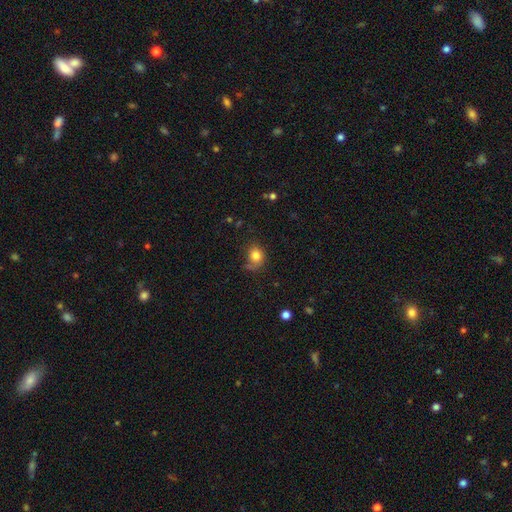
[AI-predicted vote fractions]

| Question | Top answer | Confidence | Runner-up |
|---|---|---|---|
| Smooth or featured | smooth | 80% | star or artifact (10%) |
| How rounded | round | 61% | in between (38%) |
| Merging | none | 57% | minor disturbance (26%) |